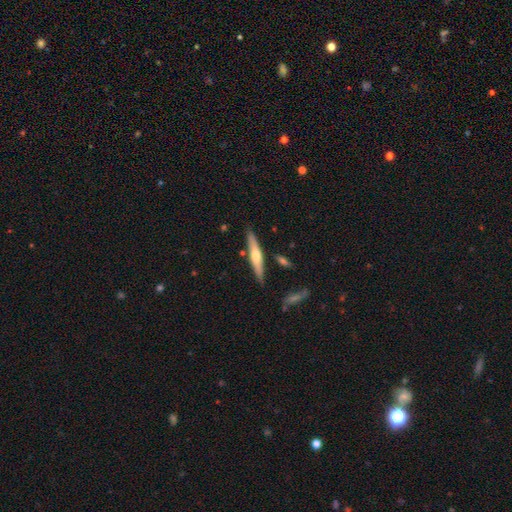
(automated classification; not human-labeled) Morphology: type=featured or disk (54%); edge-on=yes (94%); edge-on bulge=rounded (85%); merging=none (82%).